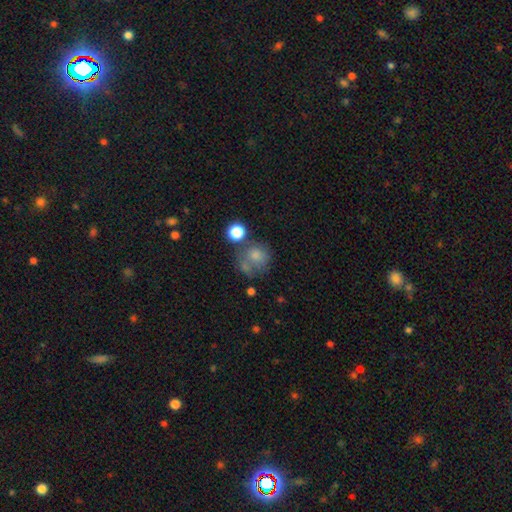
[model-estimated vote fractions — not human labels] smooth 71%, featured or disk 17%, star or artifact 11%. Down the decision tree: how rounded — round (82%); merging — none (45%).